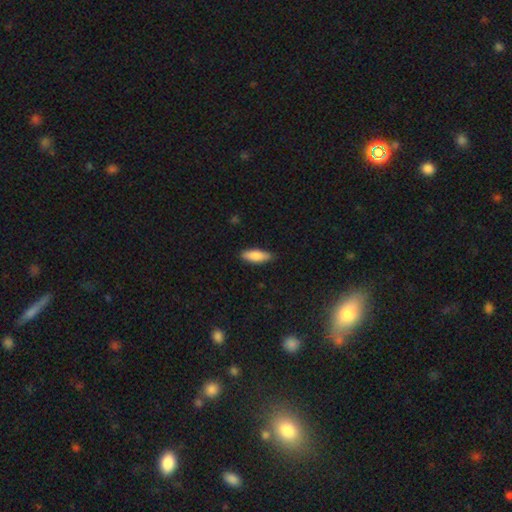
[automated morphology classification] smooth-or-featured: smooth: 85% | featured or disk: 9% | star or artifact: 6%
  how-rounded: in between: 59% | cigar-shaped: 39% | round: 2%
  merging: none: 85% | minor disturbance: 12% | major disturbance: 2% | merger: 1%